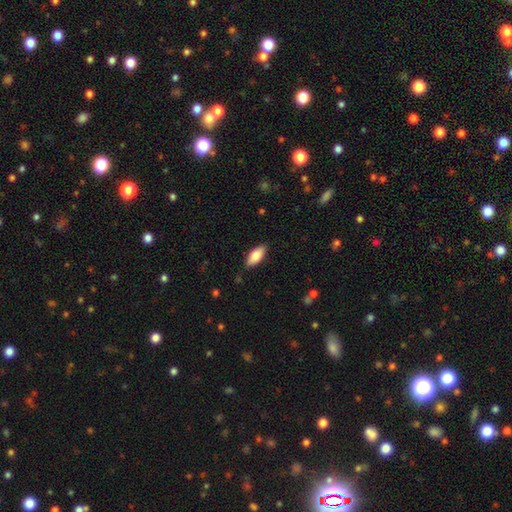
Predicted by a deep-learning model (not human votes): Smooth or featured: smooth — 79% (featured or disk — 15%)
How rounded: in between — 84% (cigar-shaped — 14%)
Merging: none — 86% (minor disturbance — 11%)